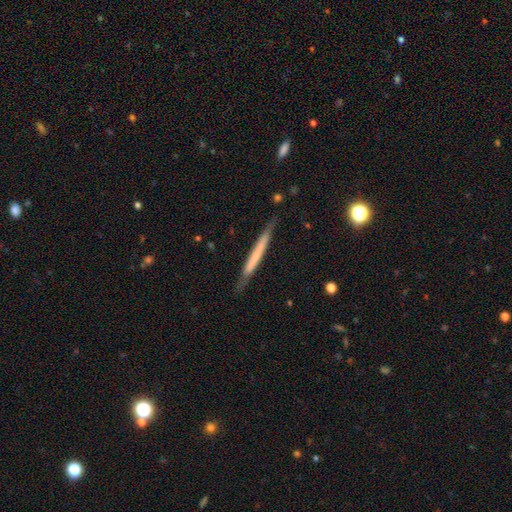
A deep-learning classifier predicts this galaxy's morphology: This appears to be a smooth galaxy with no disk features (50%) that is cigar-shaped (97%). Merging: none (81%).